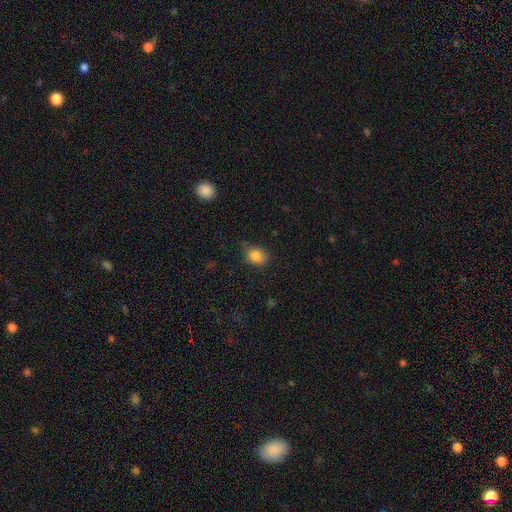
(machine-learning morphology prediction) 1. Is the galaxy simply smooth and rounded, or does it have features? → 83% smooth, 10% star or artifact, 7% featured or disk.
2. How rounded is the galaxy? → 54% in between, 45% round, 1% cigar-shaped.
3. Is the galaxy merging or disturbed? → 72% none, 21% minor disturbance, 4% major disturbance, 2% merger.